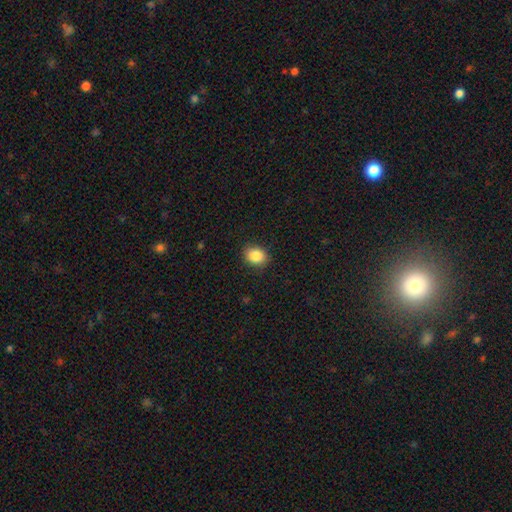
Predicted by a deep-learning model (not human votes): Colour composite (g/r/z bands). It shows a smooth galaxy with no disk features (87%) that is round (54%). Merging: none (89%).